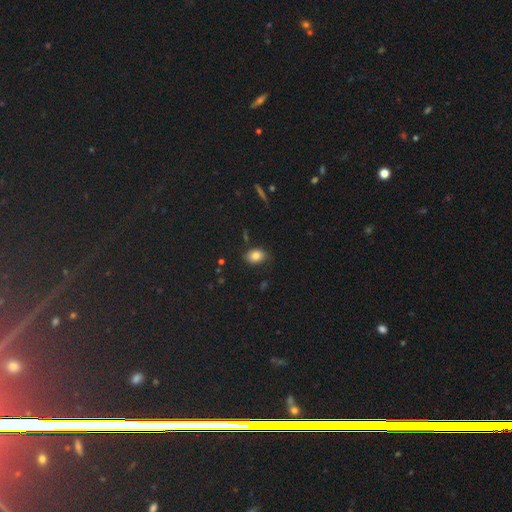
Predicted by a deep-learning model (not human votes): Smooth or featured?
  - smooth: 83% *
  - star or artifact: 10%
  - featured or disk: 7%
How rounded?
  - in between: 76% *
  - round: 23%
  - cigar-shaped: 1%
Merging?
  - none: 78% *
  - minor disturbance: 16%
  - major disturbance: 4%
  - merger: 2%